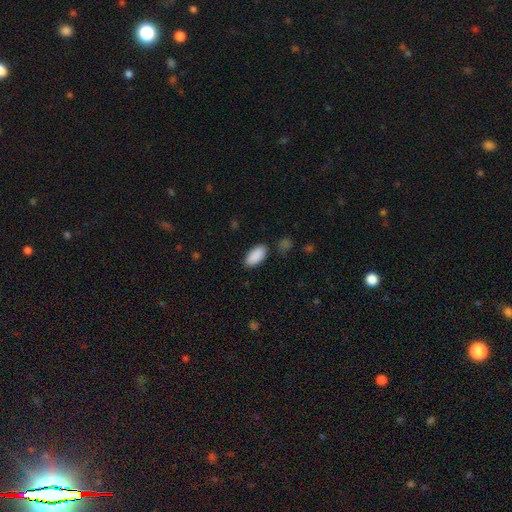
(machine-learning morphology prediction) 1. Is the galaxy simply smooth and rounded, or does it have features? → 90% smooth, 6% star or artifact, 3% featured or disk.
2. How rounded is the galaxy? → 93% in between, 4% cigar-shaped, 2% round.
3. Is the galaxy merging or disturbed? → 85% none, 10% minor disturbance, 3% major disturbance, 2% merger.